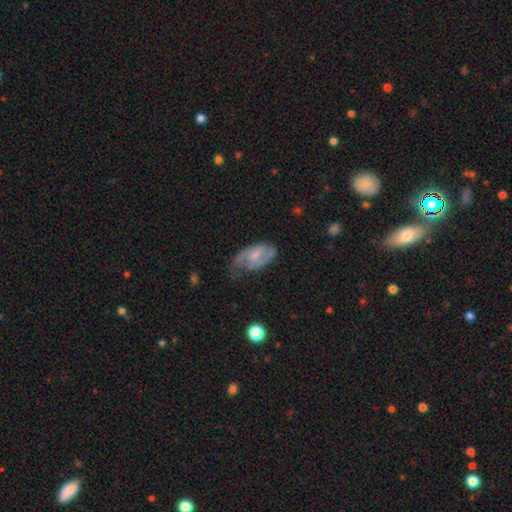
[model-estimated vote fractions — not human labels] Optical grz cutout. It shows a featured or disk galaxy (67%) with a weak bar (49%), 2 (69%) medium (47%) spiral arms (84%) and a small central bulge (49%). Merging: none (46%).